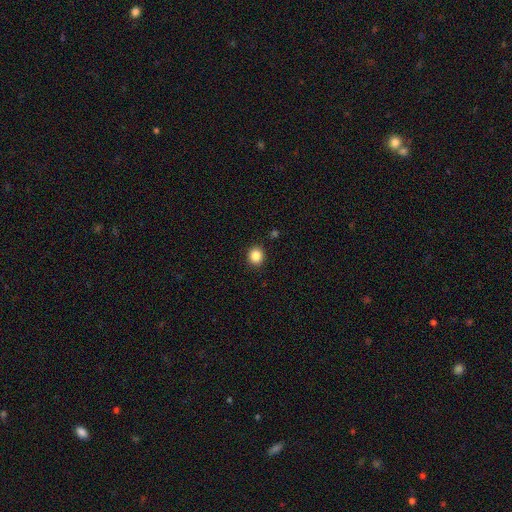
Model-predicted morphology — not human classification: Overall: smooth (86%). How rounded: round (83%). Merging: none (91%).